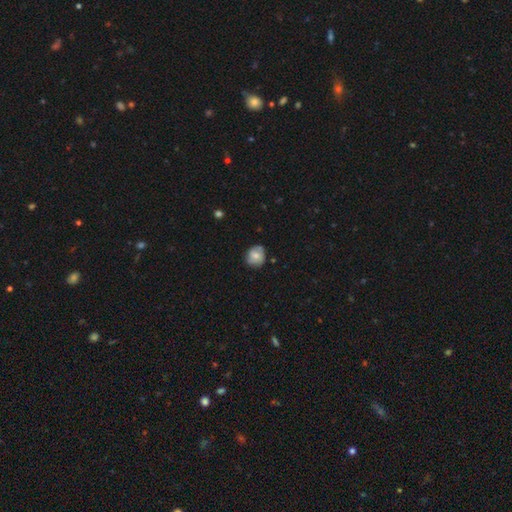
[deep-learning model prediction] smooth 68%, featured or disk 24%, star or artifact 8%. Down the decision tree: how rounded — round (78%); merging — none (70%).